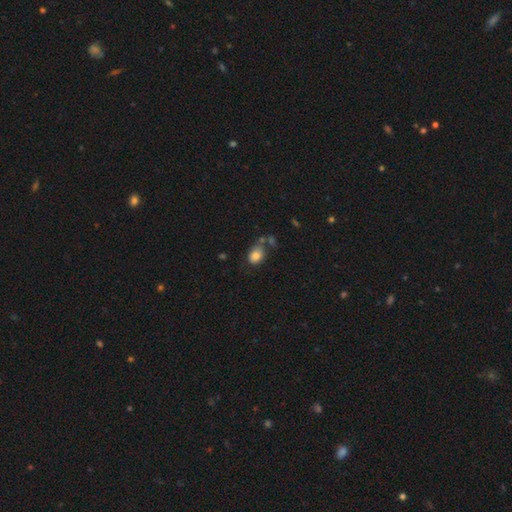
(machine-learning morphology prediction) type=smooth (81%); roundness=in between (69%); merging=none (51%).